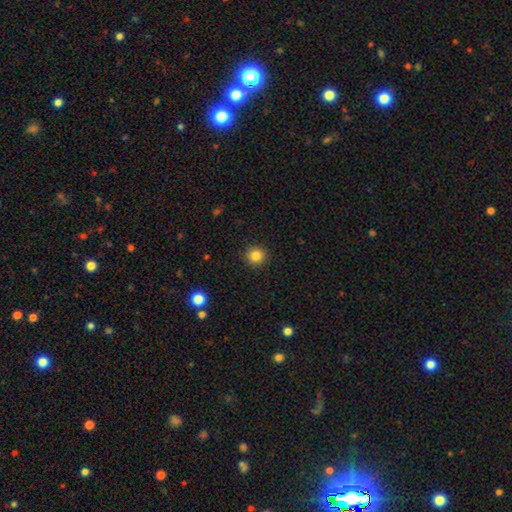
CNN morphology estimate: This appears to be a smooth galaxy with no disk features (84%) that is round (93%). Merging: none (91%).